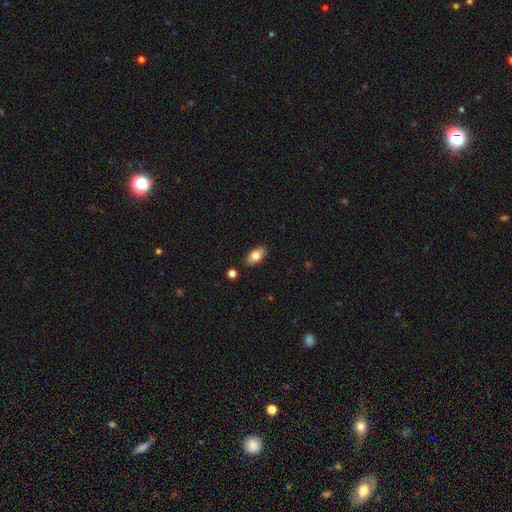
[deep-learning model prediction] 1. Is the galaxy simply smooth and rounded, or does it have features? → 76% smooth, 16% featured or disk, 7% star or artifact.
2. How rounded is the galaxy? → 91% in between, 5% round, 4% cigar-shaped.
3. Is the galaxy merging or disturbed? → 86% none, 9% minor disturbance, 2% merger, 2% major disturbance.